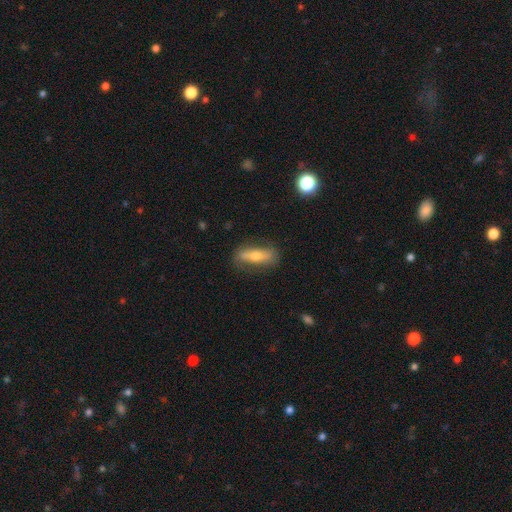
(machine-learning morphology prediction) smooth_or_featured: smooth (p=0.50) [alt: featured or disk p=0.43]
merging: none (p=0.76) [alt: minor disturbance p=0.17]